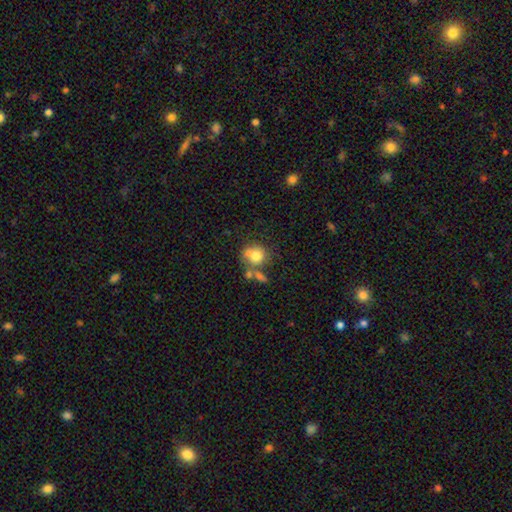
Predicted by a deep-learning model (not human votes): Overall: smooth (71%). How rounded: round (80%). Merging: none (43%; merger 35%).